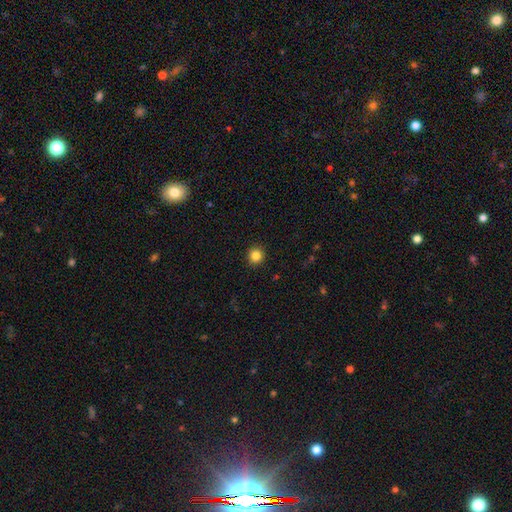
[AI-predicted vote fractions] smooth-or-featured: smooth: 84% | star or artifact: 11% | featured or disk: 5%
  how-rounded: round: 92% | in between: 7% | cigar-shaped: 1%
  merging: none: 92% | minor disturbance: 5% | major disturbance: 2% | merger: 1%